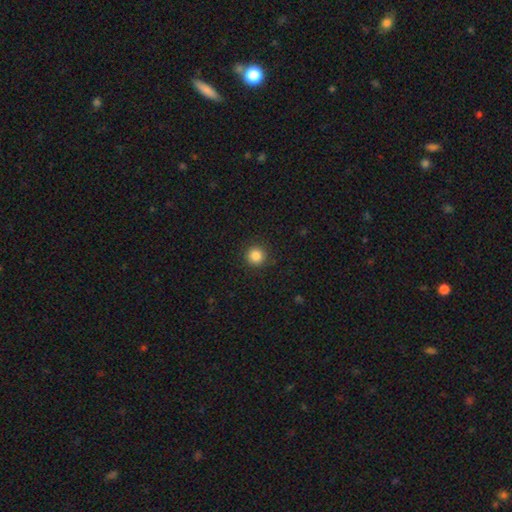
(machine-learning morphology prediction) A smooth galaxy with no disk features (86%) that is round (95%).

Vote fractions:
- Smooth or featured? smooth: 86% / star or artifact: 11% / featured or disk: 4%
- How rounded? round: 95% / in between: 4% / cigar-shaped: 1%
- Merging? none: 91% / minor disturbance: 6% / major disturbance: 2% / merger: 1%